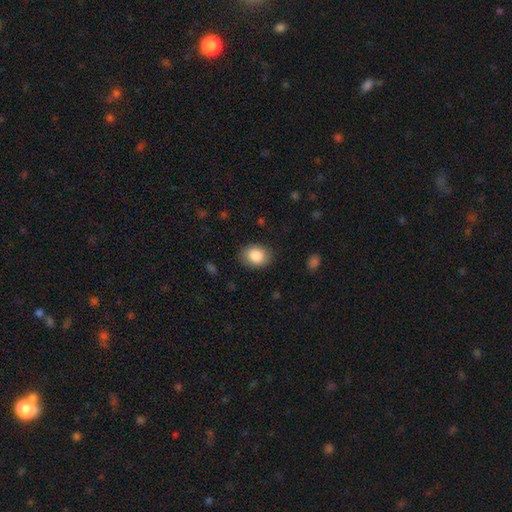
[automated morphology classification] The model was most divided on "how rounded": in between: 60%, round: 39%, cigar-shaped: 1%. More confident: smooth or featured — smooth (86%); merging — none (84%).